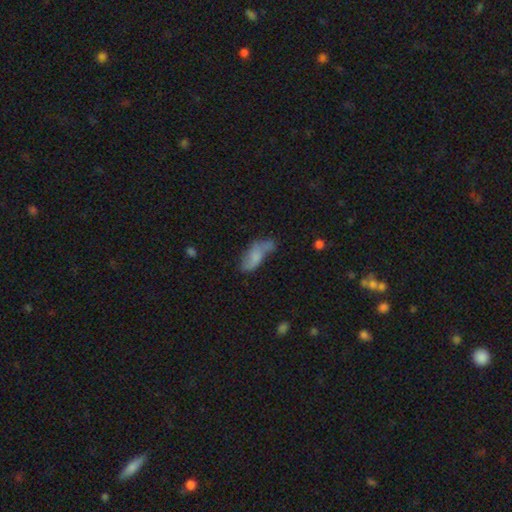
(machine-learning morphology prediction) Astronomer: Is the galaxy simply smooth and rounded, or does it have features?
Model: smooth — 61%.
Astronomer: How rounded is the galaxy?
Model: in between — 80%.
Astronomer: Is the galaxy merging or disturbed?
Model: none — 39% (runner-up: minor disturbance, 29%).